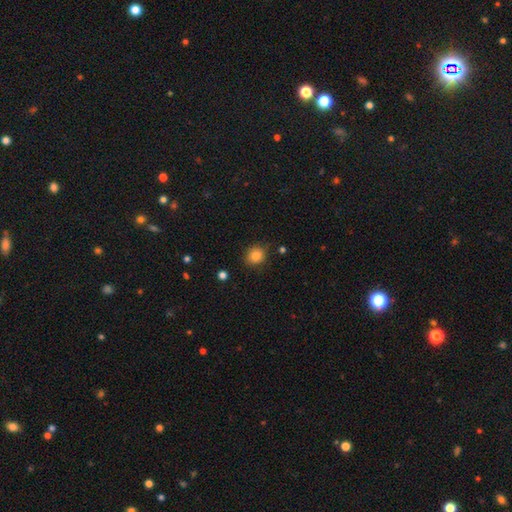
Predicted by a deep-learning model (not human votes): smooth-or-featured: smooth: 85% | star or artifact: 11% | featured or disk: 5%
  how-rounded: round: 80% | in between: 19% | cigar-shaped: 1%
  merging: none: 84% | minor disturbance: 11% | major disturbance: 3% | merger: 2%